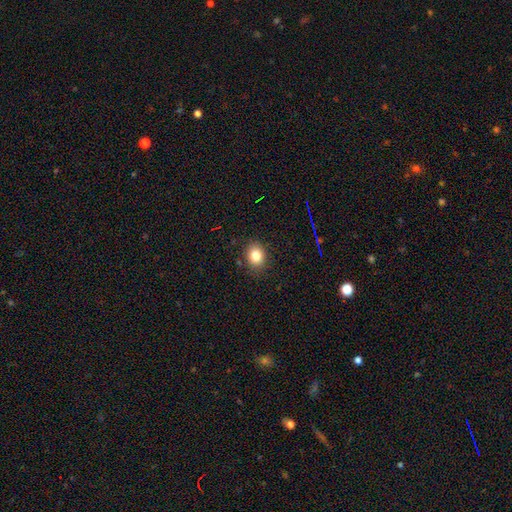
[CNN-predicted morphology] A smooth galaxy with no disk features (81%) that is round (57%). Merging: none (87%).